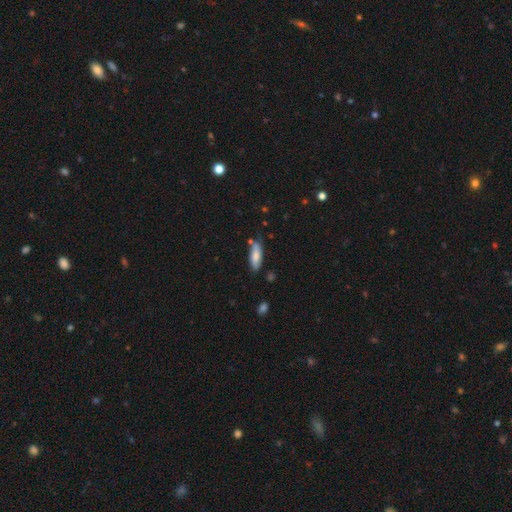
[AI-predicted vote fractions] The model was most divided on "how rounded": in between: 54%, cigar-shaped: 44%, round: 2%. More confident: smooth or featured — smooth (78%); merging — none (71%).